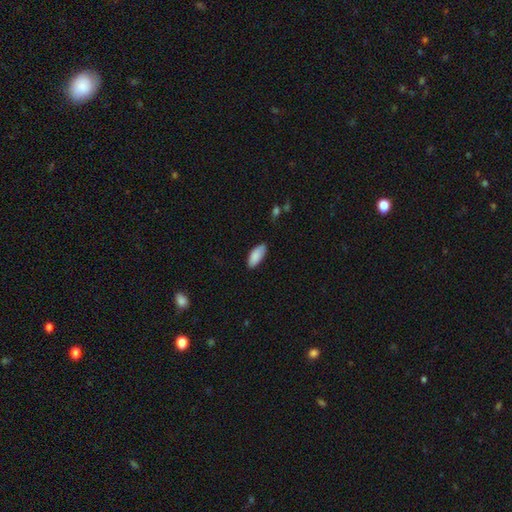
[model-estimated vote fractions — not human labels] smooth 88%, featured or disk 6%, star or artifact 6%. Down the decision tree: how rounded — in between (86%); merging — none (80%).